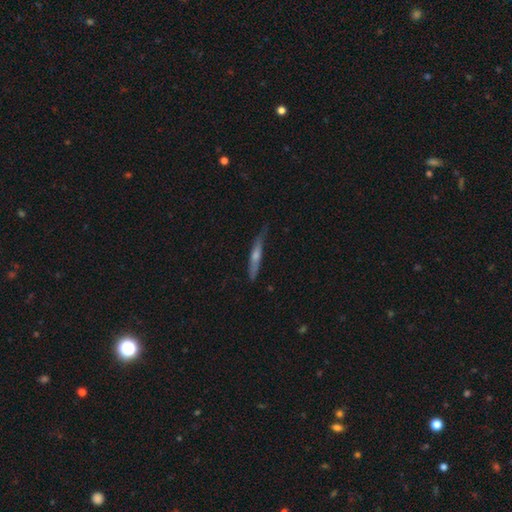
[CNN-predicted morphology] Smooth or featured: featured or disk — 57% (smooth — 37%)
Edge-on disk: yes — 93% (no — 7%)
Edge-on bulge: rounded — 72% (none — 21%)
Merging: none — 75% (minor disturbance — 20%)